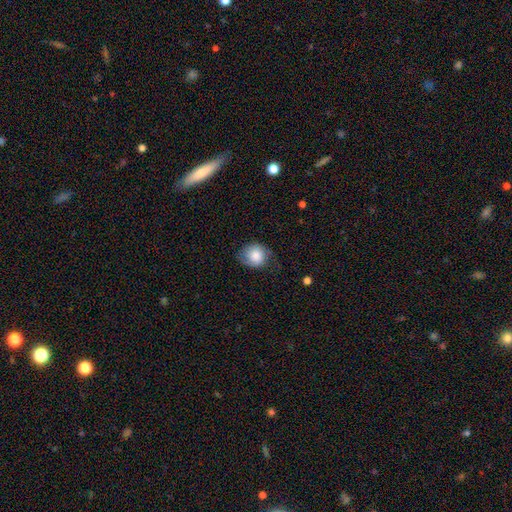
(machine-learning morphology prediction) This appears to be a smooth galaxy with no disk features (71%) that is round (72%). Merging: none (58%).